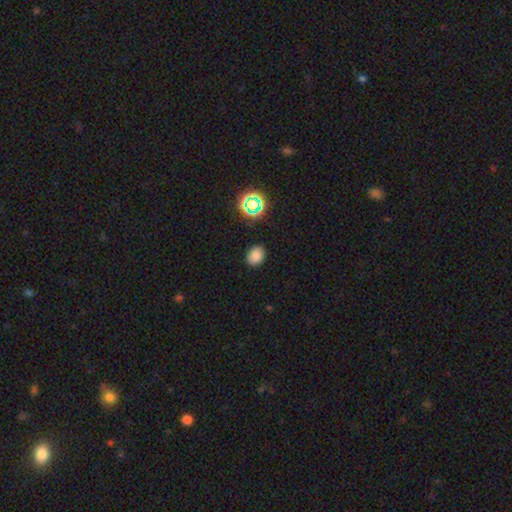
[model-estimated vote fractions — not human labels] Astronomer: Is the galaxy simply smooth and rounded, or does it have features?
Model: smooth — 79%.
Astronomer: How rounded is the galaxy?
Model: in between — 60% (runner-up: round, 39%).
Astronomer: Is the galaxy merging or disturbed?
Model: none — 86%.